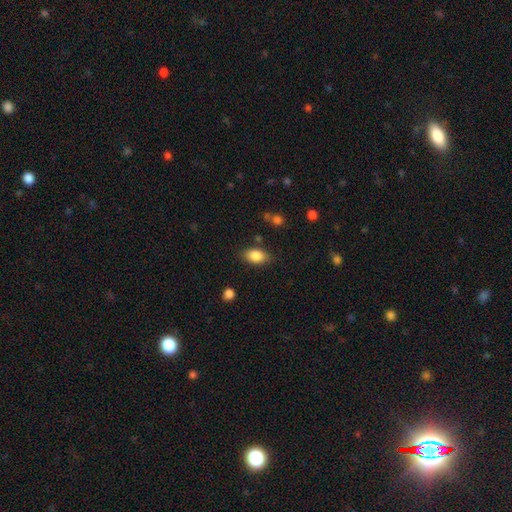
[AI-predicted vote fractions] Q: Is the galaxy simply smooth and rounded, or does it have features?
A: smooth — 85%.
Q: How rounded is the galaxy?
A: in between — 89%.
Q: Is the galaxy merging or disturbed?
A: none — 82%.